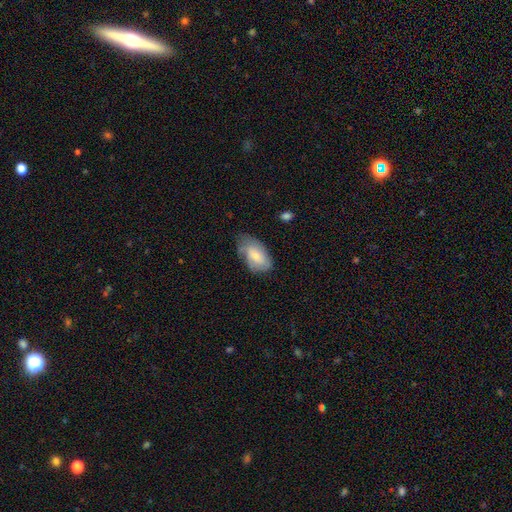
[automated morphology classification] A smooth galaxy with no disk features (62%) that is in between round and cigar-shaped (92%).

Vote fractions:
- Smooth or featured? smooth: 62% / featured or disk: 31% / star or artifact: 6%
- How rounded? in between: 92% / round: 6% / cigar-shaped: 2%
- Merging? none: 51% / minor disturbance: 36% / major disturbance: 12% / merger: 2%